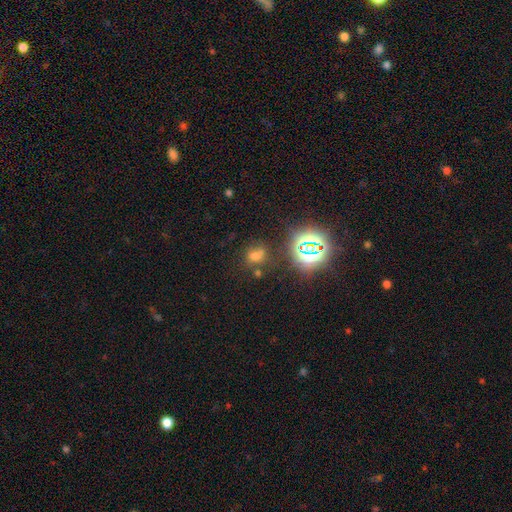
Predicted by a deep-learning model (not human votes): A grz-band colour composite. It shows a smooth galaxy with no disk features (46%). Merging: none (64%).